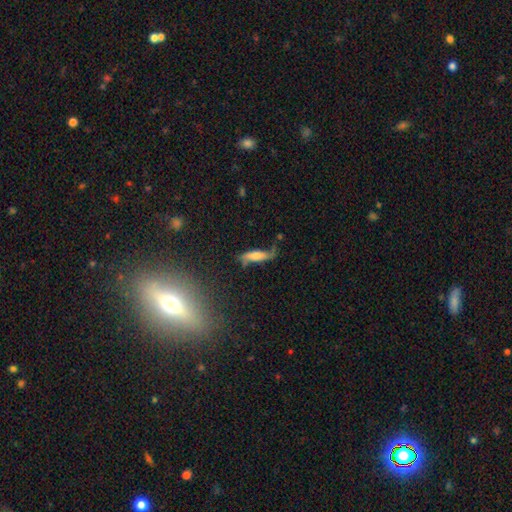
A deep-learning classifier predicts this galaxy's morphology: Smooth or featured: smooth — 46% (featured or disk — 44%)
Merging: none — 53% (minor disturbance — 28%)